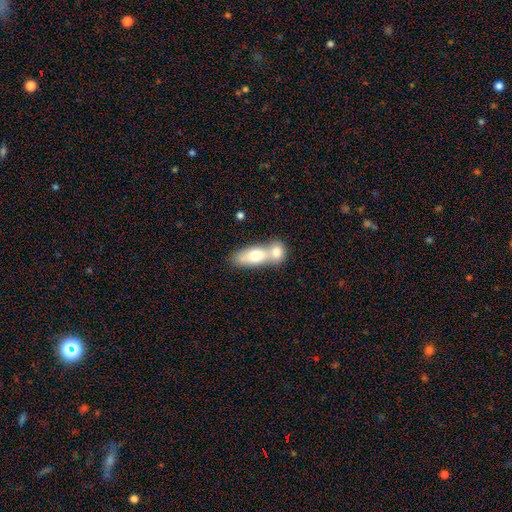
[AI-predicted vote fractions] Smooth or featured? Predicted: smooth (p=0.68). How rounded? Predicted: in between (p=0.77). Merging? Predicted: merger (p=0.68).